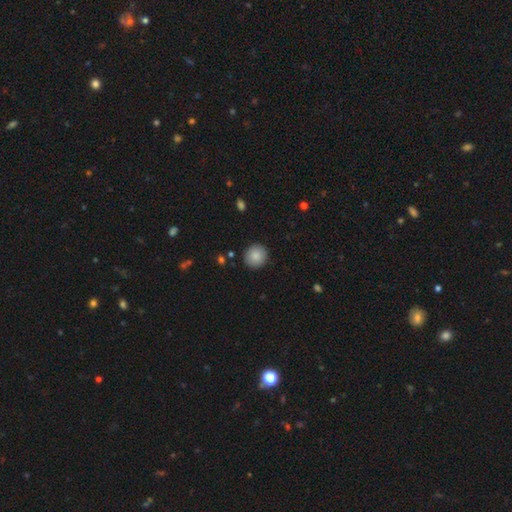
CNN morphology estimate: Smooth or featured?
  - smooth: 87% *
  - star or artifact: 8%
  - featured or disk: 5%
How rounded?
  - round: 91% *
  - in between: 8%
  - cigar-shaped: 1%
Merging?
  - none: 91% *
  - minor disturbance: 6%
  - major disturbance: 2%
  - merger: 1%